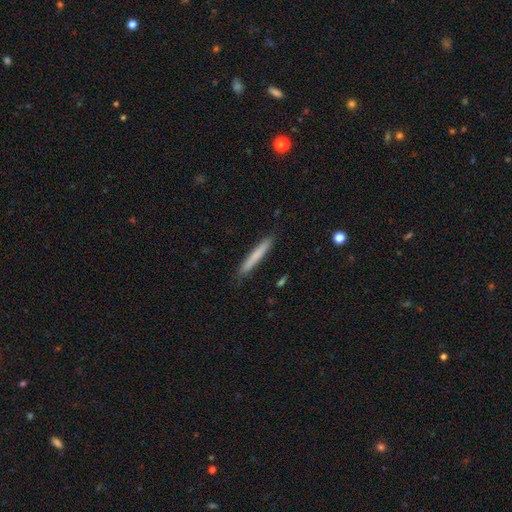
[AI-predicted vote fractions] The model was most divided on "smooth or featured": smooth: 74%, featured or disk: 20%, star or artifact: 6%. More confident: how rounded — cigar-shaped (96%); merging — none (89%).